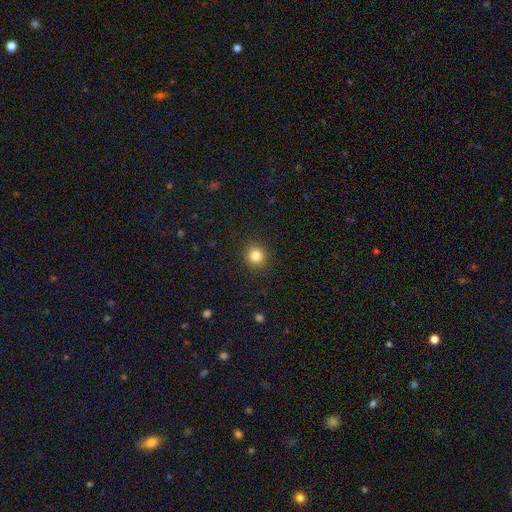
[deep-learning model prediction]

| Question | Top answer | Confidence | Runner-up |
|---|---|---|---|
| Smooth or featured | smooth | 83% | star or artifact (11%) |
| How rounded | round | 90% | in between (9%) |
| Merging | none | 91% | minor disturbance (6%) |